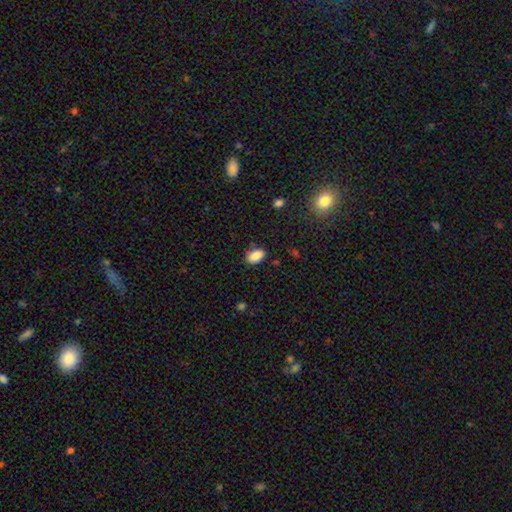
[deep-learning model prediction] A smooth galaxy with no disk features (87%) that is in between round and cigar-shaped (90%). Merging: none (79%).